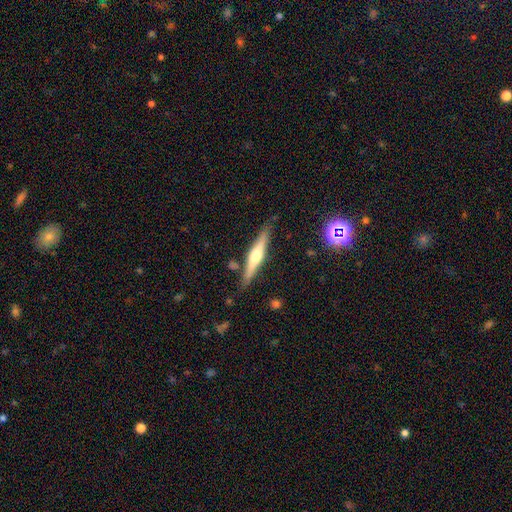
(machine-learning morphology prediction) Smooth or featured? Predicted: featured or disk (p=0.63). Edge-on disk? Predicted: yes (p=0.96). Edge-on bulge? Predicted: rounded (p=0.87). Merging? Predicted: none (p=0.85).